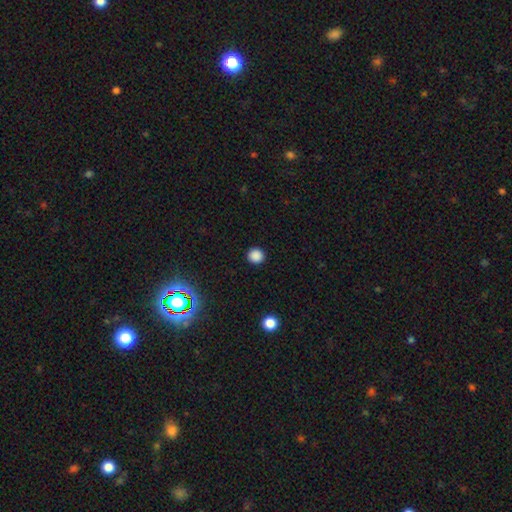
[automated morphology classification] A smooth galaxy with no disk features (86%) that is round (94%). Merging: none (93%).